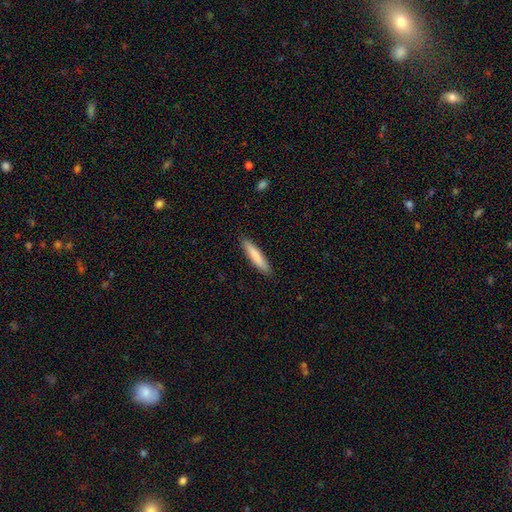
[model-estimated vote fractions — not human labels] Smooth or featured?
  - smooth: 82% *
  - featured or disk: 12%
  - star or artifact: 5%
How rounded?
  - cigar-shaped: 89% *
  - in between: 10%
  - round: 1%
Merging?
  - none: 90% *
  - minor disturbance: 7%
  - major disturbance: 1%
  - merger: 1%